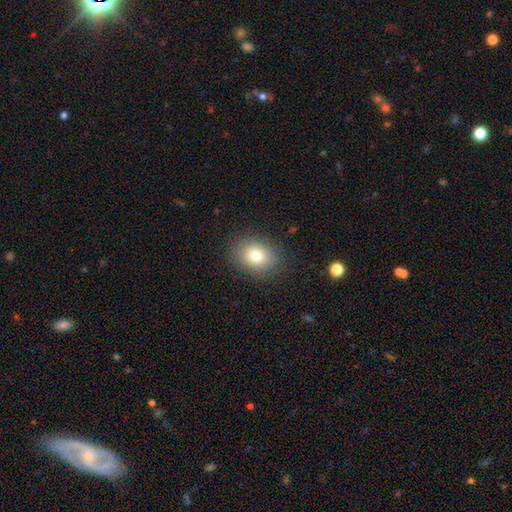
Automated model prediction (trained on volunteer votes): The model was most divided on "how rounded": in between: 59%, round: 40%, cigar-shaped: 1%. More confident: merging — none (86%); smooth or featured — smooth (79%).